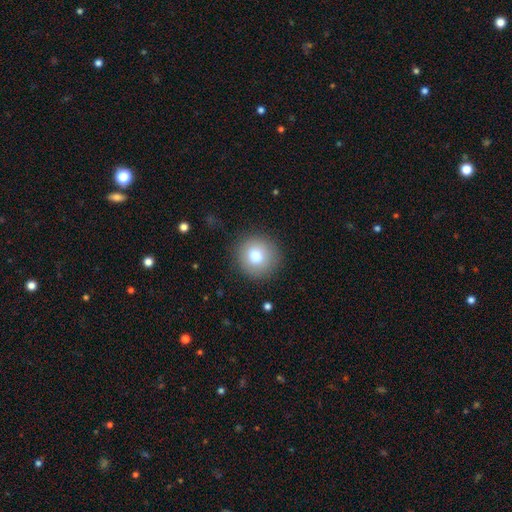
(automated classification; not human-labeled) This appears to be a smooth galaxy with no disk features (80%) that is round (93%). Merging: none (88%).